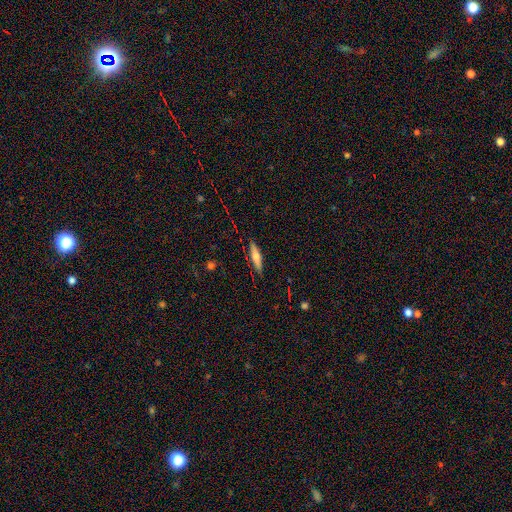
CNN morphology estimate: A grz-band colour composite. It shows a smooth galaxy with no disk features (49%). Merging: none (88%).